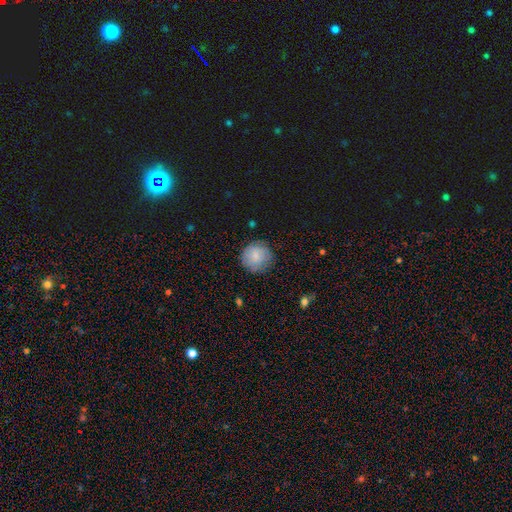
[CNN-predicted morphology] Smooth or featured? Predicted: smooth (p=0.80). How rounded? Predicted: round (p=0.92). Merging? Predicted: none (p=0.79).